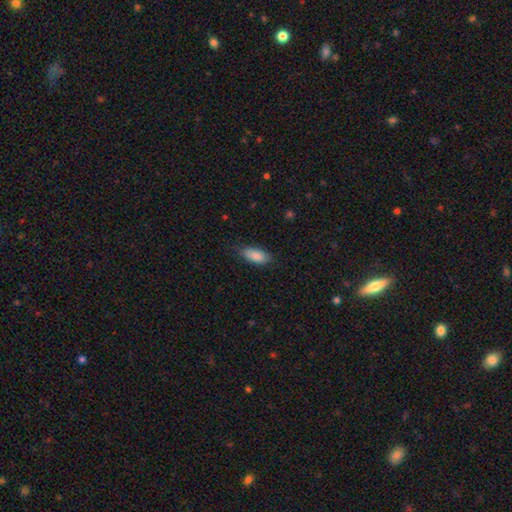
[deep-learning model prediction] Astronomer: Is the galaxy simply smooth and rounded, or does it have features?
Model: smooth — 86%.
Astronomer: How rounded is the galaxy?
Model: in between — 84%.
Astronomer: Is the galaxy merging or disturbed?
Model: none — 78%.